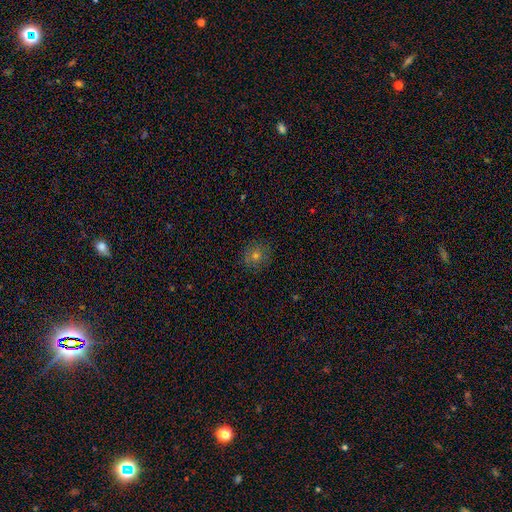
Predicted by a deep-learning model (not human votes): smooth-or-featured: smooth: 63% | star or artifact: 21% | featured or disk: 16%
  how-rounded: round: 87% | in between: 12% | cigar-shaped: 1%
  merging: none: 86% | minor disturbance: 10% | major disturbance: 3% | merger: 1%